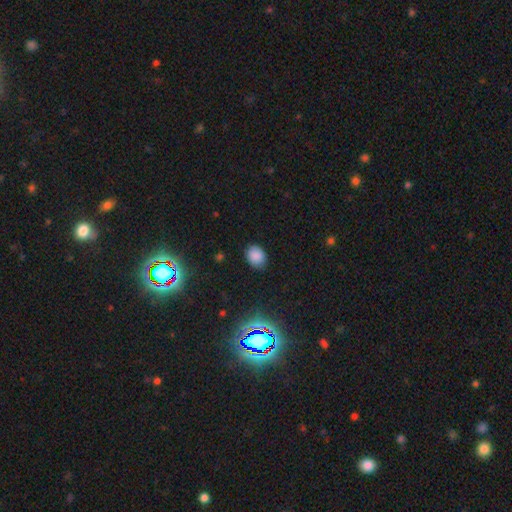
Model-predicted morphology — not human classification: Q: Smooth or featured?
A: smooth (84%); runner-up: star or artifact (11%)
Q: How rounded?
A: in between (52%); runner-up: round (47%)
Q: Merging?
A: none (82%); runner-up: minor disturbance (14%)